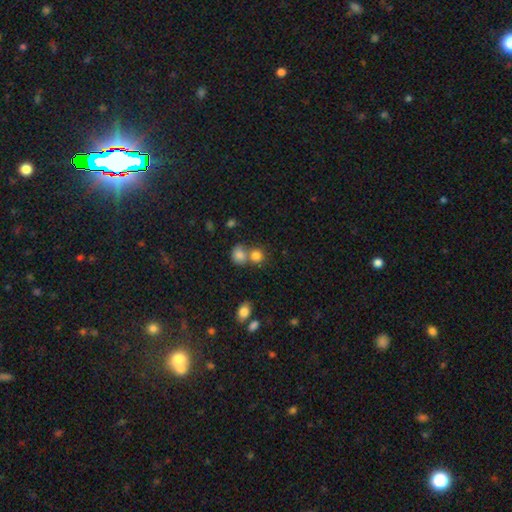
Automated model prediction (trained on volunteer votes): The model was most divided on "merging": none: 49%, merger: 40%, minor disturbance: 8%, major disturbance: 3%. More confident: how rounded — round (82%); smooth or featured — smooth (80%).